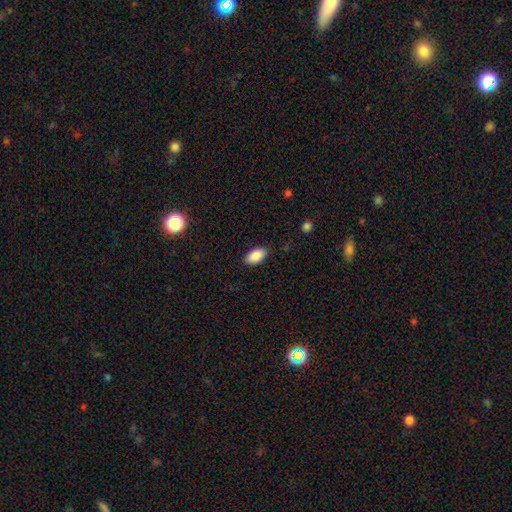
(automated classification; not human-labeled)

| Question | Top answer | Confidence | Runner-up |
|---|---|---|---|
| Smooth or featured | smooth | 89% | star or artifact (7%) |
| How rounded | in between | 95% | round (3%) |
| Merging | none | 87% | minor disturbance (10%) |